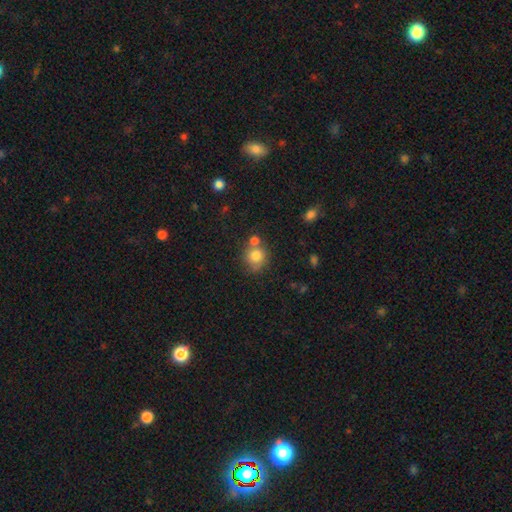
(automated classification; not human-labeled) This is likely a smooth galaxy (80%). How rounded: clearly round (81%). Merging: possibly none (52%).